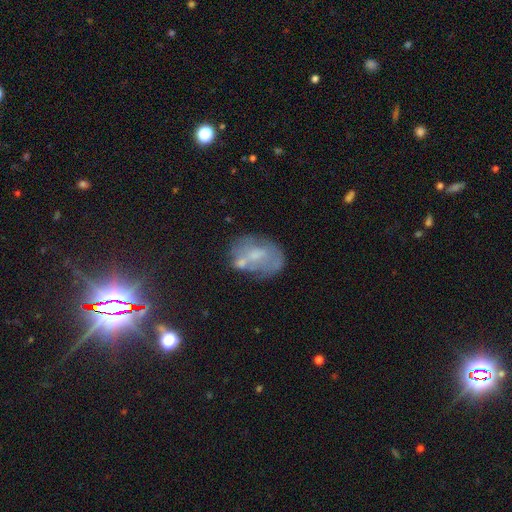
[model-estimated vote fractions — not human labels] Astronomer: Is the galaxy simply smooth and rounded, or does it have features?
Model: featured or disk — 46% (runner-up: smooth, 42%).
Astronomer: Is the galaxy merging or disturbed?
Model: none — 46% (runner-up: minor disturbance, 24%).